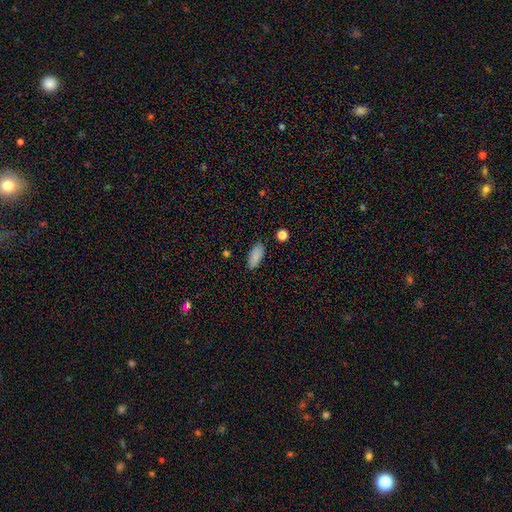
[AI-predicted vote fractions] Smooth or featured? smooth (87%)
How rounded? in between (85%)
Merging? none (85%)